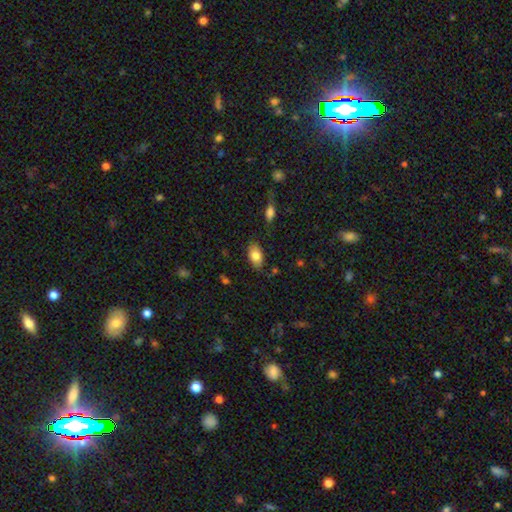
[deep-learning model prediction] A smooth galaxy with no disk features (81%) that is in between round and cigar-shaped (91%). Merging: none (81%).